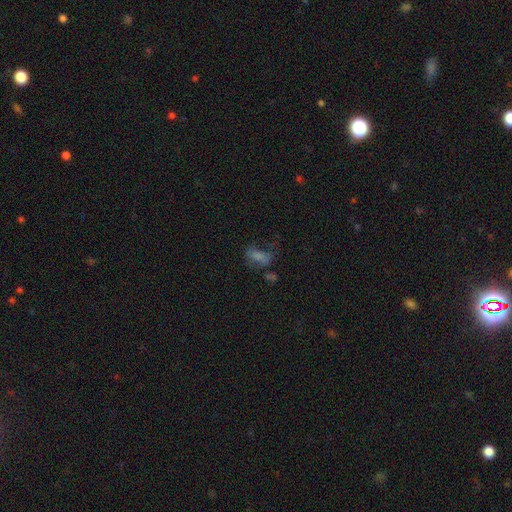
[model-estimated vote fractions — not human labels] smooth-or-featured: smooth: 48% | star or artifact: 29% | featured or disk: 23%
  merging: none: 39% | major disturbance: 30% | minor disturbance: 21% | merger: 10%